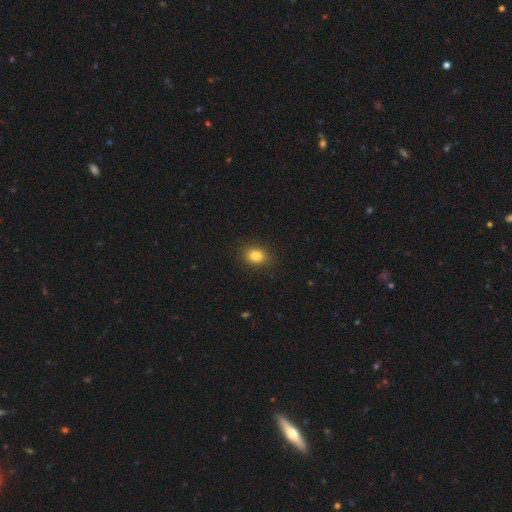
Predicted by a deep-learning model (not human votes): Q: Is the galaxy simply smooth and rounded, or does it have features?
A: smooth — 84%.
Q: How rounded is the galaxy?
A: in between — 57%.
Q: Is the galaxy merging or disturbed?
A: none — 89%.